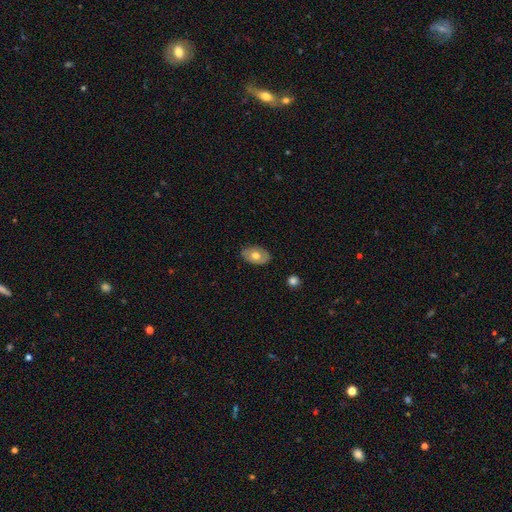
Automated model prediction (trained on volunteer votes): Morphology: type=smooth (57%); roundness=in between (86%); merging=none (83%).